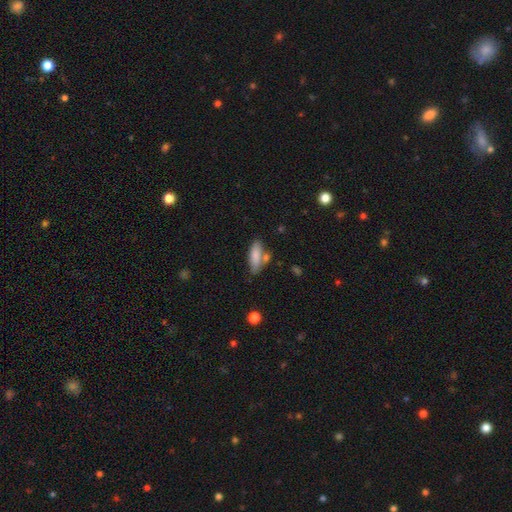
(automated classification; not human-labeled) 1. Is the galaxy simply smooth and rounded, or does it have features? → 82% smooth, 12% featured or disk, 7% star or artifact.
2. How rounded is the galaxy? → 63% in between, 35% cigar-shaped, 2% round.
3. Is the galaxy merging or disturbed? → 59% none, 19% minor disturbance, 18% merger, 5% major disturbance.